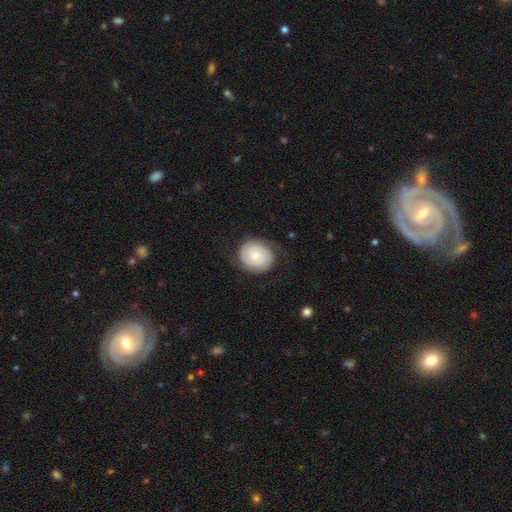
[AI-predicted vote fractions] This appears to be a featured or disk galaxy (67%) with no bar (66%), 2 (73%) tight (73%) spiral arms (93%) and a moderate central bulge (46%, tied with small). Merging: none (73%).